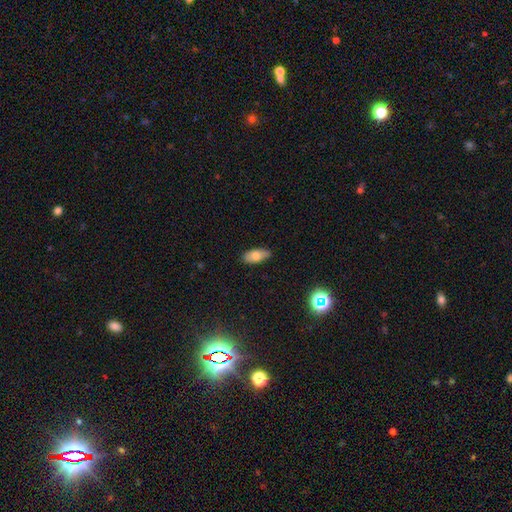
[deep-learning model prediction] smooth-or-featured: smooth: 76% | featured or disk: 16% | star or artifact: 8%
  how-rounded: in between: 88% | cigar-shaped: 9% | round: 3%
  merging: none: 81% | minor disturbance: 16% | major disturbance: 2% | merger: 1%